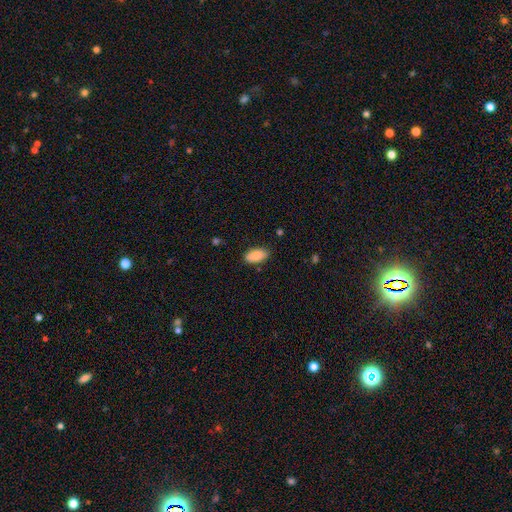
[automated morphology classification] This is clearly a smooth galaxy (89%). How rounded: clearly in between (92%). Merging: clearly none (84%).